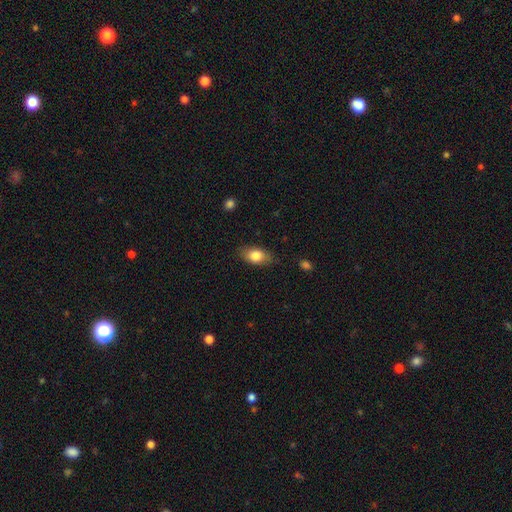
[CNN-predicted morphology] smooth-or-featured: smooth: 80% | featured or disk: 12% | star or artifact: 7%
  how-rounded: in between: 86% | round: 10% | cigar-shaped: 5%
  merging: none: 81% | minor disturbance: 15% | major disturbance: 3% | merger: 1%